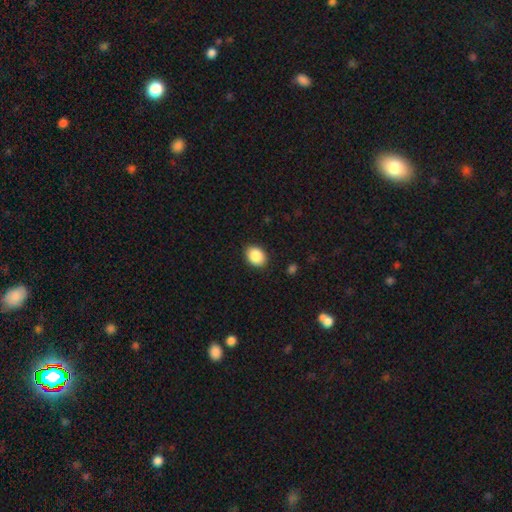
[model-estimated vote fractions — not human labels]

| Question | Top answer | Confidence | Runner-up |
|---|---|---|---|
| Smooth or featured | smooth | 88% | star or artifact (7%) |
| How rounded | in between | 67% | round (32%) |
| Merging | none | 88% | minor disturbance (9%) |